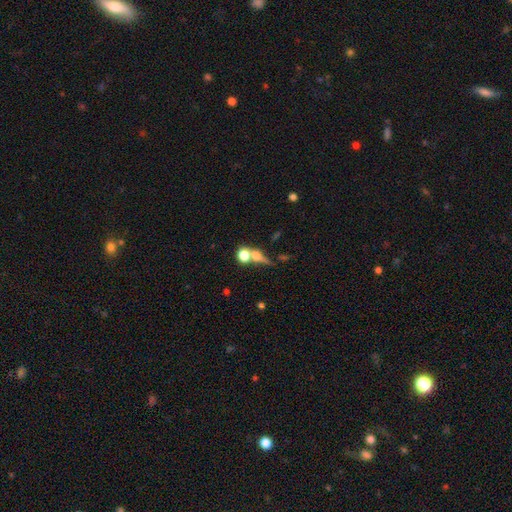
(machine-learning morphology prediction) Smooth or featured? smooth (56%)
How rounded? round (52%)
Merging? merger (40%, tied with none)